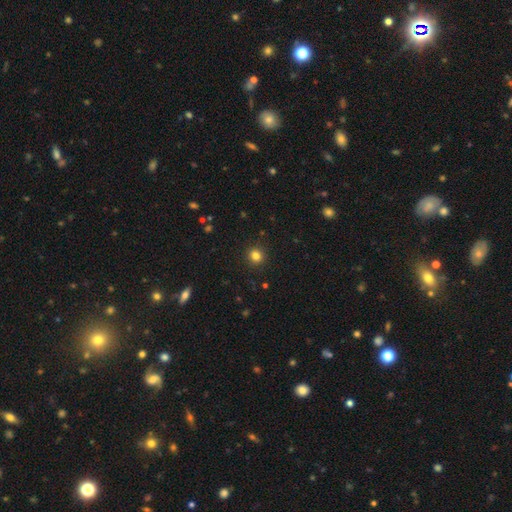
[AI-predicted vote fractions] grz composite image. It shows a smooth galaxy with no disk features (82%) that is round (90%). Merging: none (92%).